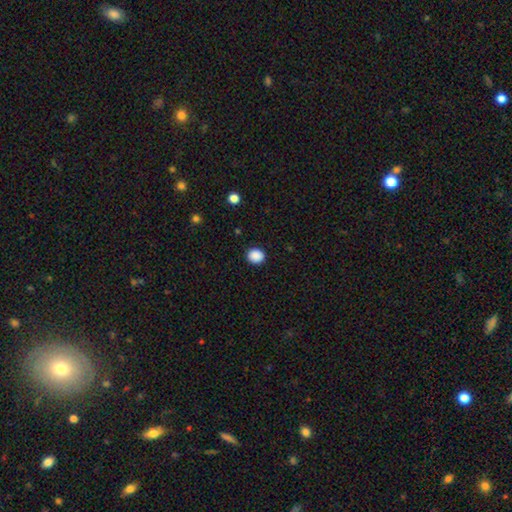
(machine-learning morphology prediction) smooth-or-featured: smooth: 89% | star or artifact: 9% | featured or disk: 2%
  how-rounded: round: 76% | in between: 23% | cigar-shaped: 1%
  merging: none: 91% | minor disturbance: 6% | major disturbance: 2% | merger: 1%